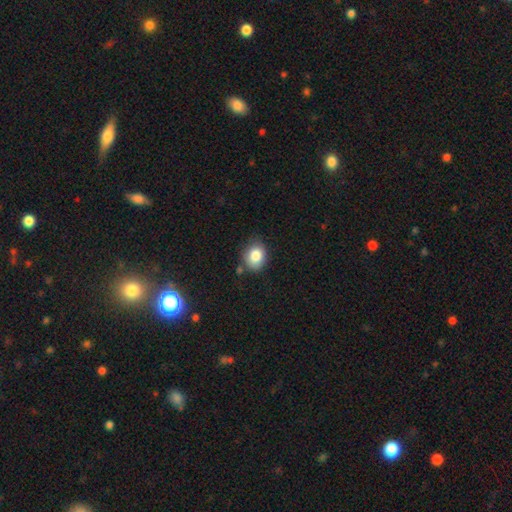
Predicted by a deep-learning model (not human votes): This is clearly a smooth galaxy (84%). How rounded: possibly in between (53%). Merging: likely none (70%).